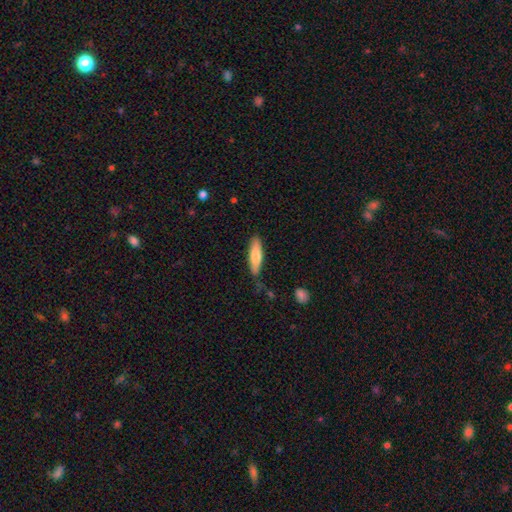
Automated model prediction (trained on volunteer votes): smooth_or_featured: smooth (p=0.73) [alt: featured or disk p=0.22]
how_rounded: cigar-shaped (p=0.66) [alt: in between p=0.32]
merging: none (p=0.75) [alt: minor disturbance p=0.18]